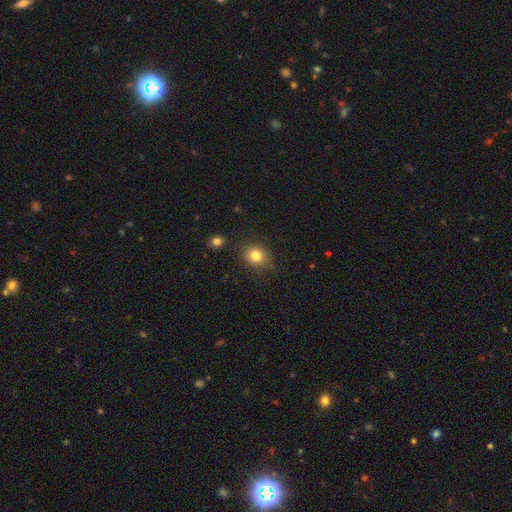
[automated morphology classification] Smooth or featured: smooth — 81% (star or artifact — 12%)
How rounded: round — 74% (in between — 25%)
Merging: none — 83% (minor disturbance — 12%)